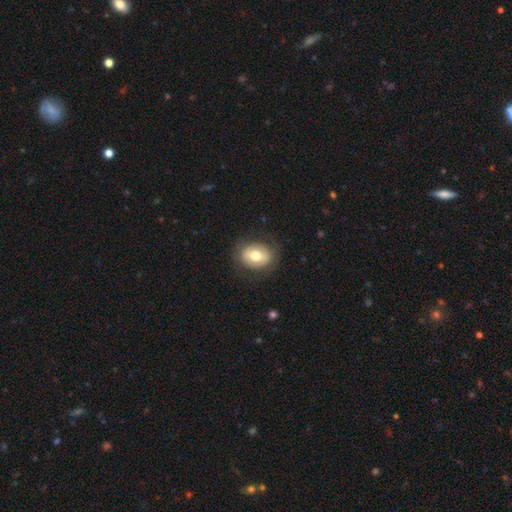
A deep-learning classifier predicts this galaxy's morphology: smooth 67%, featured or disk 25%, star or artifact 8%. Down the decision tree: how rounded — in between (56%); merging — none (81%).